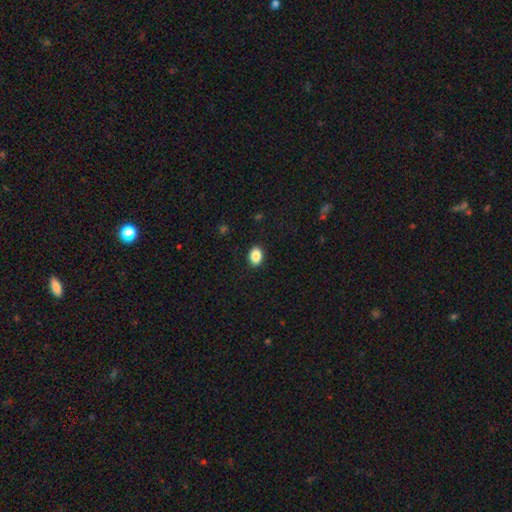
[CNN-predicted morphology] This is clearly a smooth galaxy (88%). How rounded: likely in between (79%). Merging: clearly none (90%).